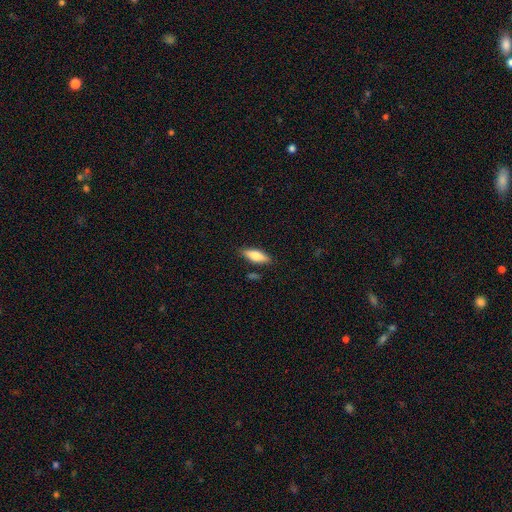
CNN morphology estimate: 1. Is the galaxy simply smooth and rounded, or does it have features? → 74% smooth, 20% featured or disk, 6% star or artifact.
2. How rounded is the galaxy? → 61% in between, 37% cigar-shaped, 2% round.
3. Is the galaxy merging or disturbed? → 83% none, 11% minor disturbance, 3% merger, 2% major disturbance.